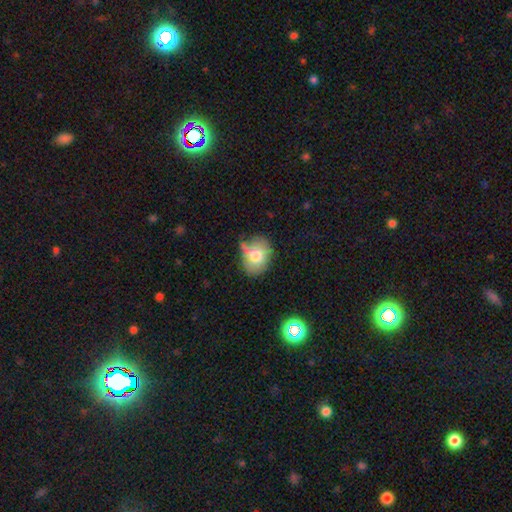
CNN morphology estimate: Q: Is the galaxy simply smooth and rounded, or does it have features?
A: smooth — 72%.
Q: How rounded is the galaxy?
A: in between — 51%.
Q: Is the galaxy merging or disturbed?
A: none — 50%.